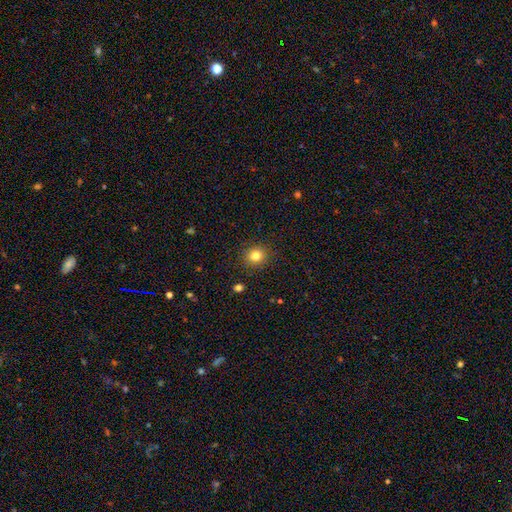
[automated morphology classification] This is clearly a smooth galaxy (82%). How rounded: clearly round (86%). Merging: clearly none (90%).